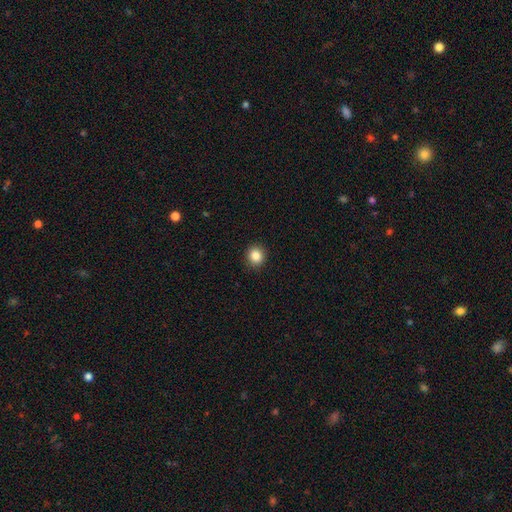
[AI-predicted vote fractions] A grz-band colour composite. It shows a smooth galaxy with no disk features (86%) that is round (86%). Merging: none (92%).